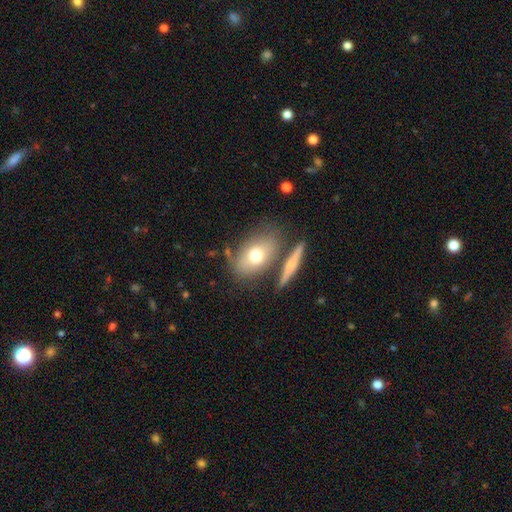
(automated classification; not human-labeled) This is likely a smooth galaxy (68%). How rounded: likely in between (78%). Merging: likely none (62%).